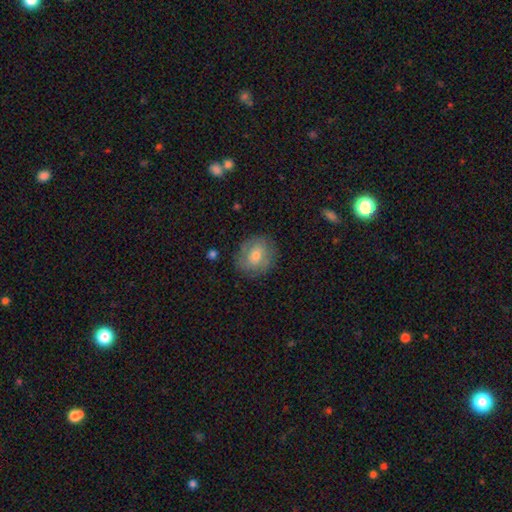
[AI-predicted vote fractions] Morphology: type=smooth (61%); roundness=round (77%); merging=none (80%).